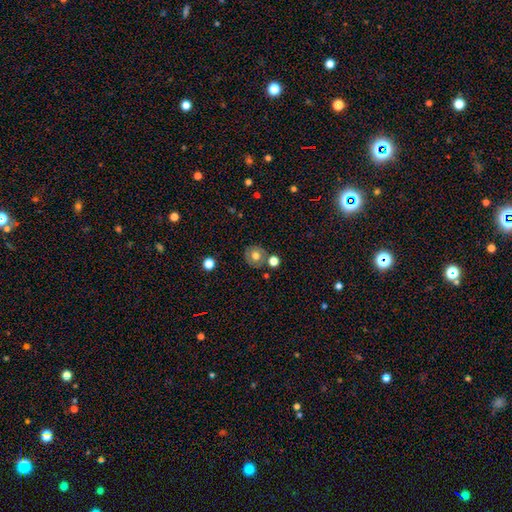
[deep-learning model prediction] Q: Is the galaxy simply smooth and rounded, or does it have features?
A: smooth — 62%.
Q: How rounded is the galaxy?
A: round — 84%.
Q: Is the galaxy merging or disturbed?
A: none — 73%.